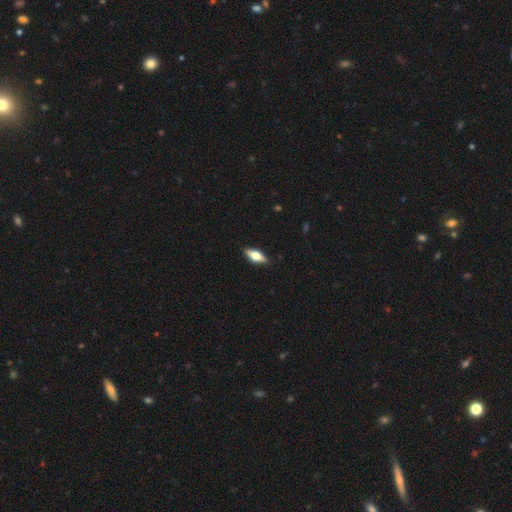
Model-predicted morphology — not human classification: Smooth or featured? Predicted: smooth (p=0.51). How rounded? Predicted: in between (p=0.68). Merging? Predicted: none (p=0.88).